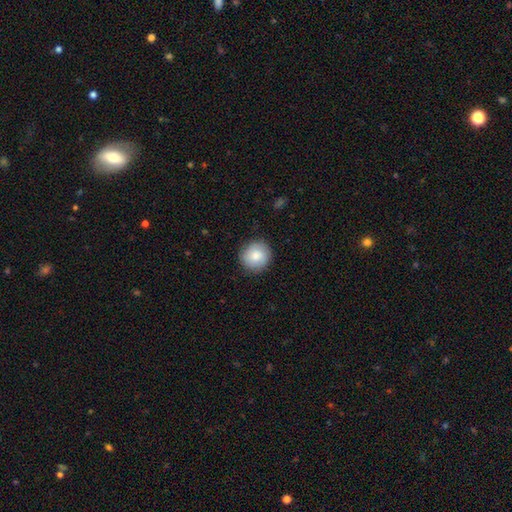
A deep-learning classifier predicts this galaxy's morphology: Overall: smooth (82%). How rounded: round (93%). Merging: none (89%).